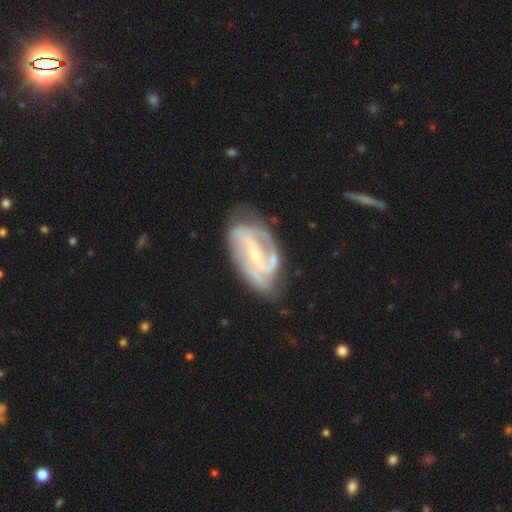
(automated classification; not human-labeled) featured or disk 88%, smooth 7%, star or artifact 5%. Down the decision tree: edge-on disk — no (96%); bar — strong (46%); spiral arms — yes (95%); spiral arm count — 2 (65%); spiral winding — medium (45%); bulge size — small (71%); merging — none (62%).